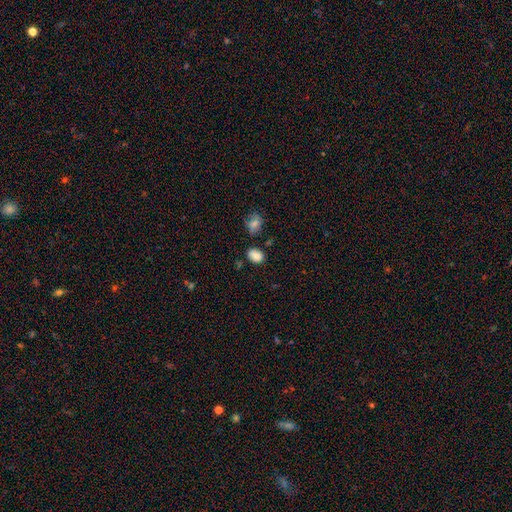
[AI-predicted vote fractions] smooth_or_featured: smooth (p=0.84) [alt: star or artifact p=0.11]
how_rounded: in between (p=0.68) [alt: round p=0.31]
merging: none (p=0.72) [alt: minor disturbance p=0.18]